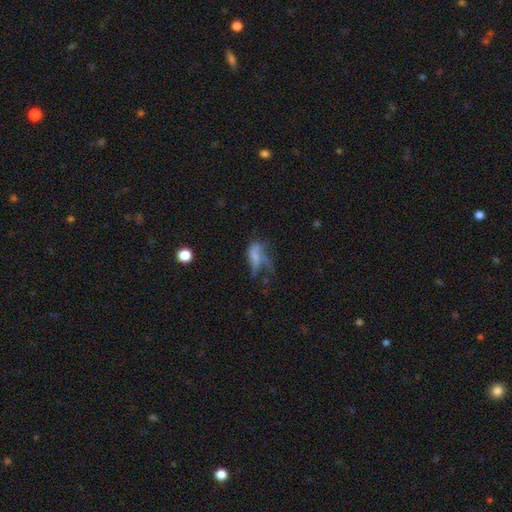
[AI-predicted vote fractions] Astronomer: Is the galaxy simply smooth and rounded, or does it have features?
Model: smooth — 48% (runner-up: featured or disk, 37%).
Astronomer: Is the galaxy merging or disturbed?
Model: major disturbance — 51%.